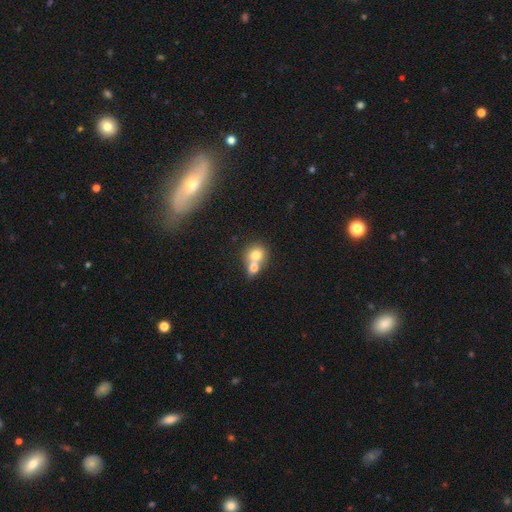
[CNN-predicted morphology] smooth-or-featured: smooth: 70% | featured or disk: 20% | star or artifact: 10%
  how-rounded: round: 72% | in between: 27% | cigar-shaped: 1%
  merging: merger: 68% | none: 24% | minor disturbance: 5% | major disturbance: 3%